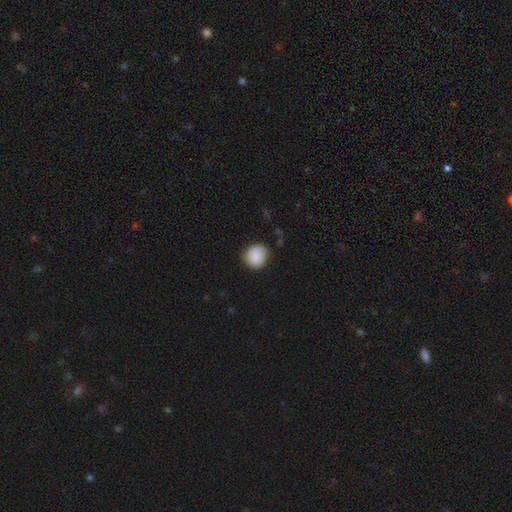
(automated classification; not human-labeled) smooth-or-featured: smooth: 84% | featured or disk: 8% | star or artifact: 7%
  how-rounded: round: 84% | in between: 15% | cigar-shaped: 1%
  merging: none: 77% | minor disturbance: 18% | major disturbance: 4% | merger: 1%